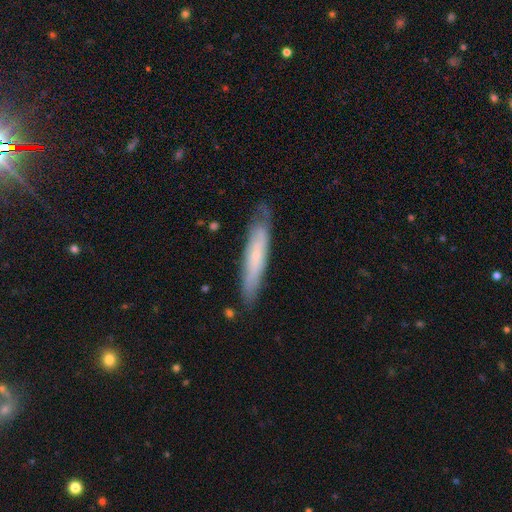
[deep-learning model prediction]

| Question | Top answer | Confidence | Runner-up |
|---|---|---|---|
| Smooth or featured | featured or disk | 49% | smooth (45%) |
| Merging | none | 75% | minor disturbance (19%) |